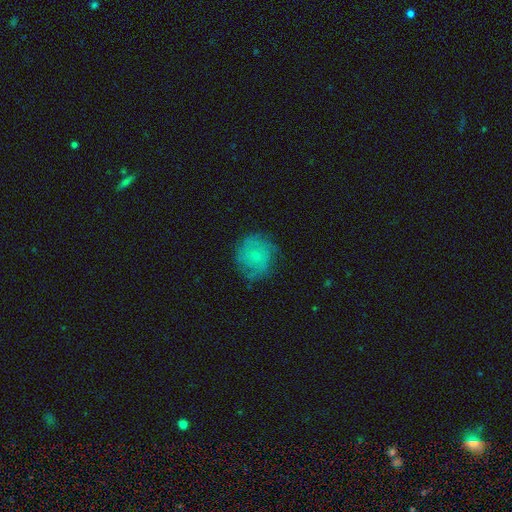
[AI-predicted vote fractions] smooth_or_featured: smooth (p=0.54) [alt: featured or disk p=0.37]
how_rounded: round (p=0.86) [alt: in between p=0.13]
merging: none (p=0.70) [alt: minor disturbance p=0.21]